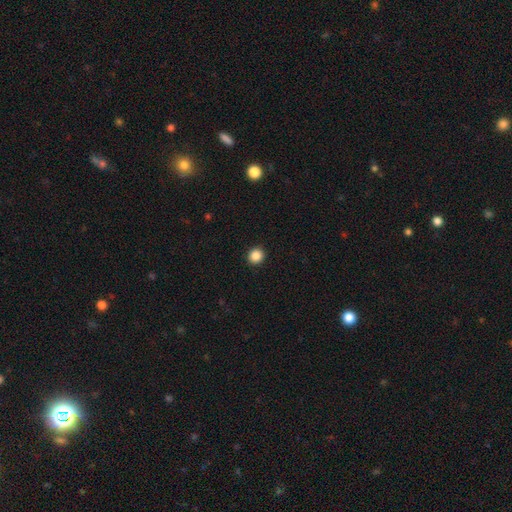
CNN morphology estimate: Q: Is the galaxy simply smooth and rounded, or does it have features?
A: smooth — 87%.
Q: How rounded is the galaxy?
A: round — 92%.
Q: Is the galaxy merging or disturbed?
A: none — 93%.